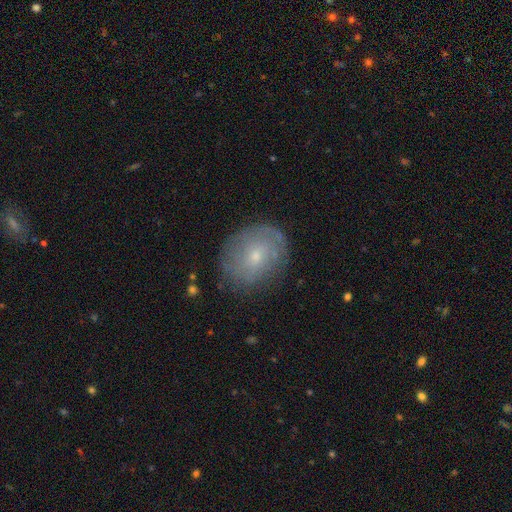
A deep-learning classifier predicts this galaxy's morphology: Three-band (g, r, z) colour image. It shows a featured or disk galaxy (47%). Merging: none (76%).